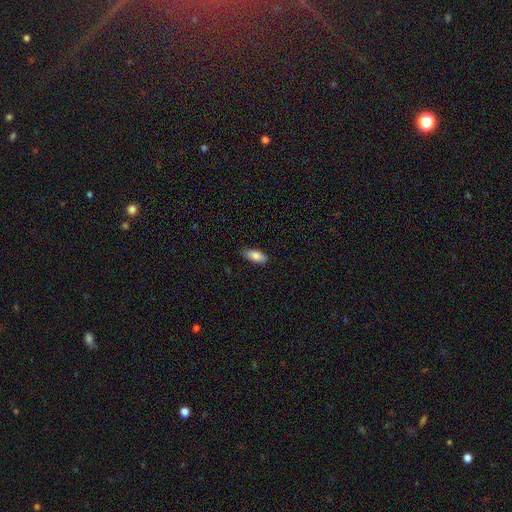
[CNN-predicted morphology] A smooth galaxy with no disk features (82%) that is in between round and cigar-shaped (85%). Merging: none (85%).